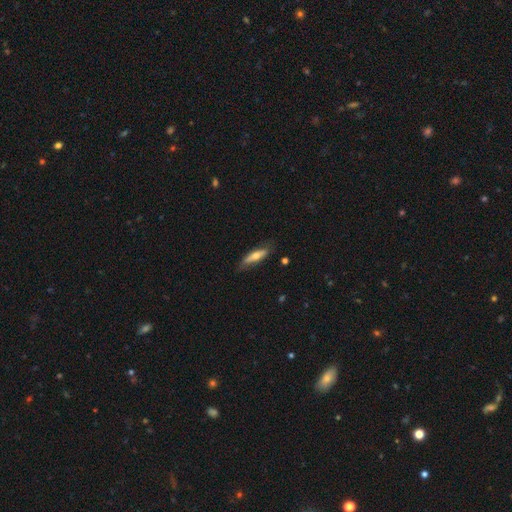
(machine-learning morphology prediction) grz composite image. It shows a smooth galaxy with no disk features (54%) that is cigar-shaped (67%). Merging: none (72%).